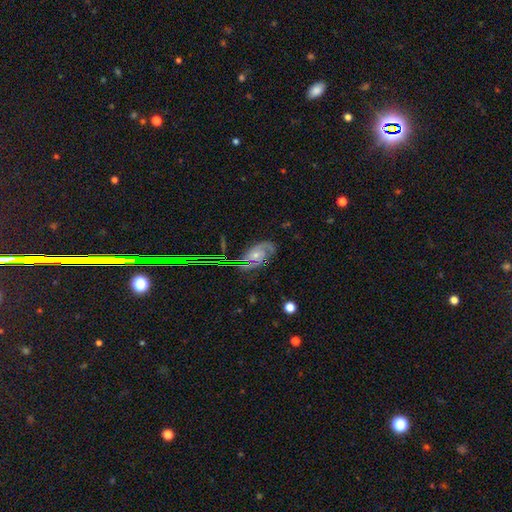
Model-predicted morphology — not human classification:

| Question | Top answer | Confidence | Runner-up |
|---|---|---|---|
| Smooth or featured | featured or disk | 81% | star or artifact (10%) |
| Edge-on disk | no | 97% | yes (3%) |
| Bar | no | 71% | weak (24%) |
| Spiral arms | yes | 97% | no (3%) |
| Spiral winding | medium | 46% | tight (40%) |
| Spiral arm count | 2 | 75% | can't tell (8%) |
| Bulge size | small | 60% | moderate (33%) |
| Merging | none | 70% | minor disturbance (19%) |